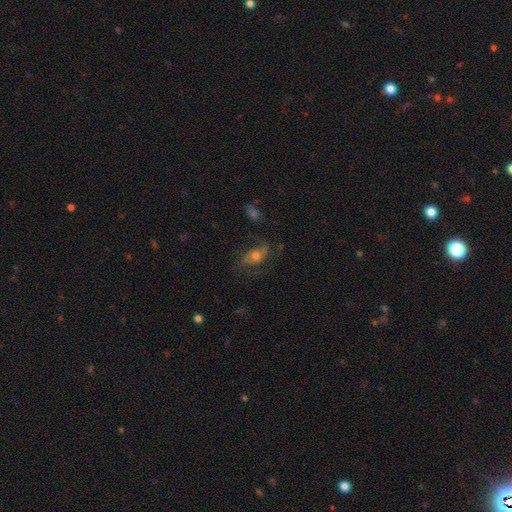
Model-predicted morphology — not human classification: Overall: featured or disk (59%; smooth 28%). Edge-on disk: no (92%). Bar: no (65%; weak 26%). Spiral arms: yes (78%). Bulge size: moderate (61%). Merging: none (59%; minor disturbance 20%).